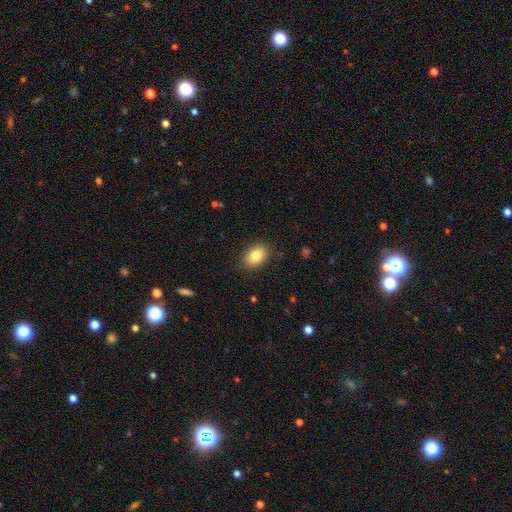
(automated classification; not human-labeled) Smooth or featured? Predicted: smooth (p=0.84). How rounded? Predicted: in between (p=0.79). Merging? Predicted: none (p=0.86).